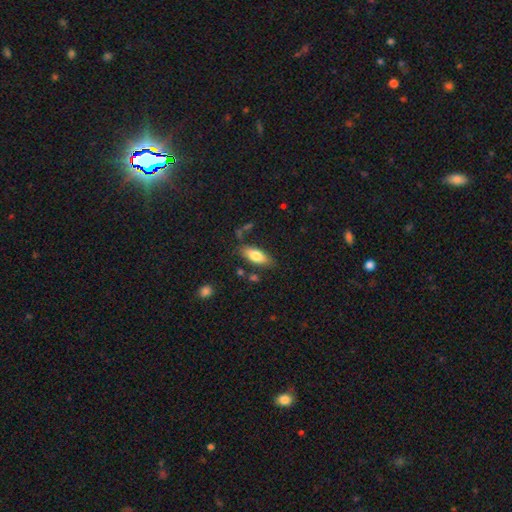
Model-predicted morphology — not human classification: smooth-or-featured: smooth: 76% | featured or disk: 17% | star or artifact: 7%
  how-rounded: in between: 76% | cigar-shaped: 22% | round: 2%
  merging: none: 78% | minor disturbance: 15% | merger: 4% | major disturbance: 4%